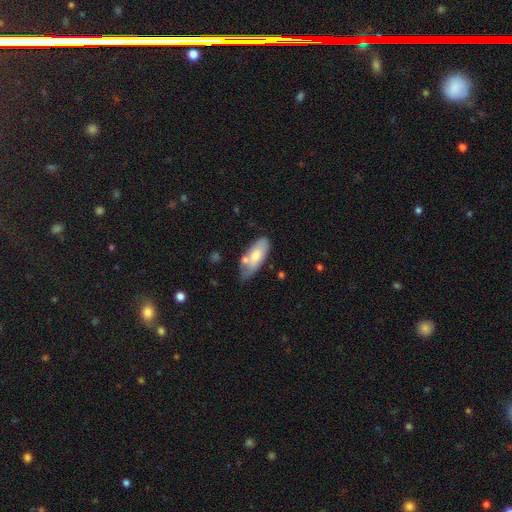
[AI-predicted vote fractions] Smooth or featured?
  - smooth: 69% *
  - featured or disk: 25%
  - star or artifact: 6%
How rounded?
  - in between: 81% *
  - cigar-shaped: 17%
  - round: 2%
Merging?
  - none: 54% *
  - minor disturbance: 27%
  - merger: 13%
  - major disturbance: 7%